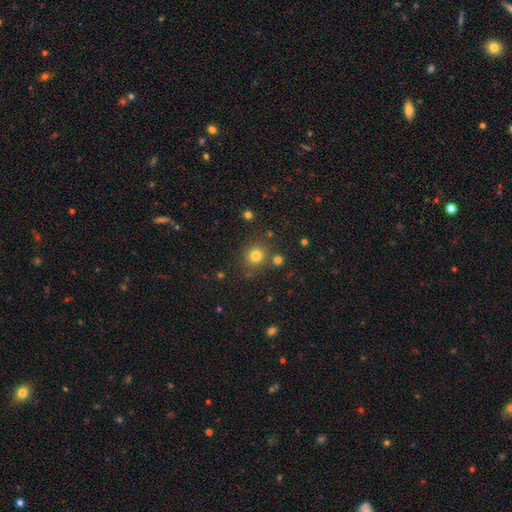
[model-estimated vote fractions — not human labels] Morphology: type=smooth (78%); roundness=round (89%); merging=none (79%).